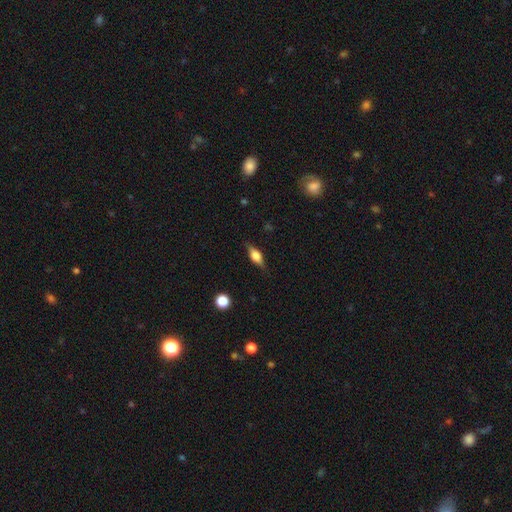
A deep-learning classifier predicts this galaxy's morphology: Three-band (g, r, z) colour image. It shows a featured or disk galaxy (46%, tied with smooth). Merging: none (82%).